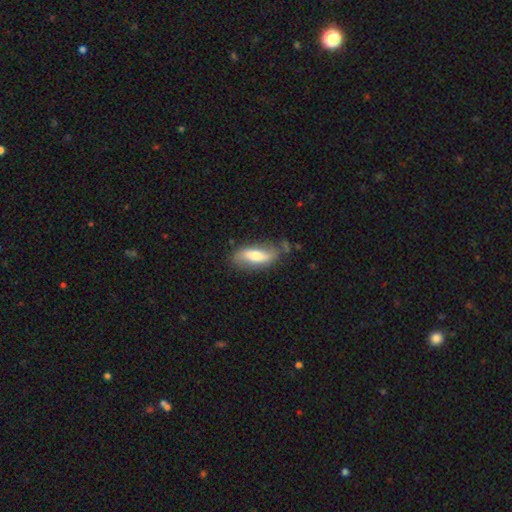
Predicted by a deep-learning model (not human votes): Smooth or featured? smooth (53%)
How rounded? in between (69%)
Merging? none (66%)